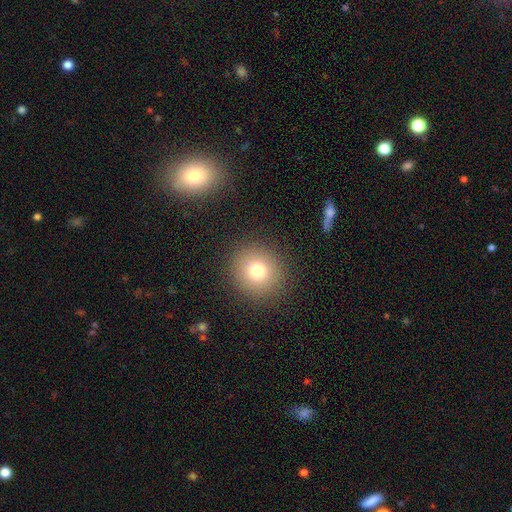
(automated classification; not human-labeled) This appears to be a smooth galaxy with no disk features (75%) that is round (89%). Merging: none (90%).